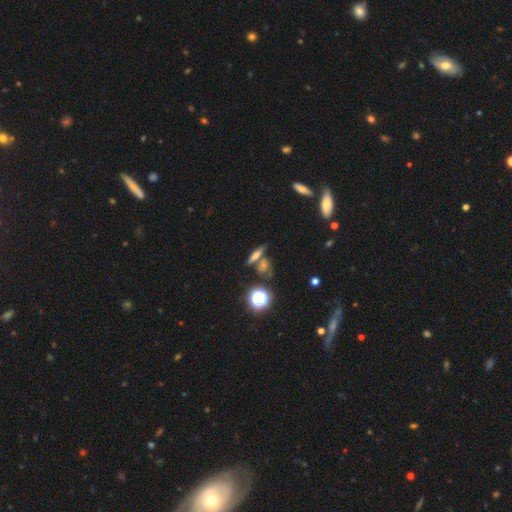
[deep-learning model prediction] smooth 46%, featured or disk 34%, star or artifact 20%. Down the decision tree: merging — none (58%).